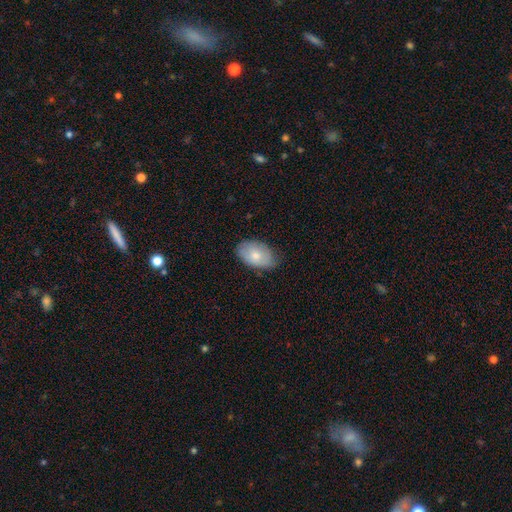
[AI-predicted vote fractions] smooth 73%, featured or disk 21%, star or artifact 6%. Down the decision tree: how rounded — in between (92%); merging — none (72%).